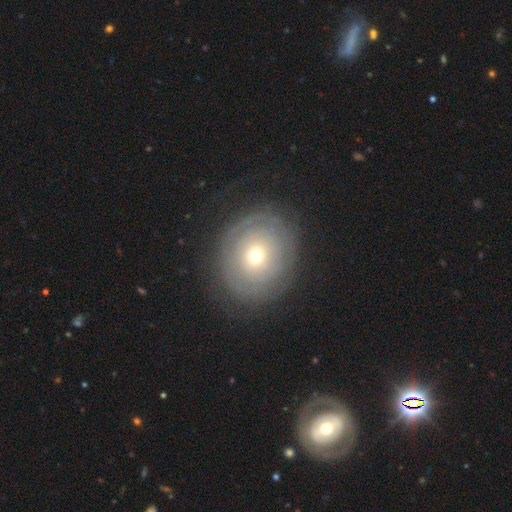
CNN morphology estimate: smooth-or-featured: featured or disk: 55% | smooth: 36% | star or artifact: 9%
  disk-edge-on: no: 95% | yes: 5%
    bar: no: 89% | weak: 8% | strong: 3%
    has-spiral-arms: no: 51% | yes: 49%
    bulge-size: small: 60% | moderate: 36% | large: 2% | dominant: 1% | none: 1%
  merging: none: 82% | minor disturbance: 12% | major disturbance: 5% | merger: 1%